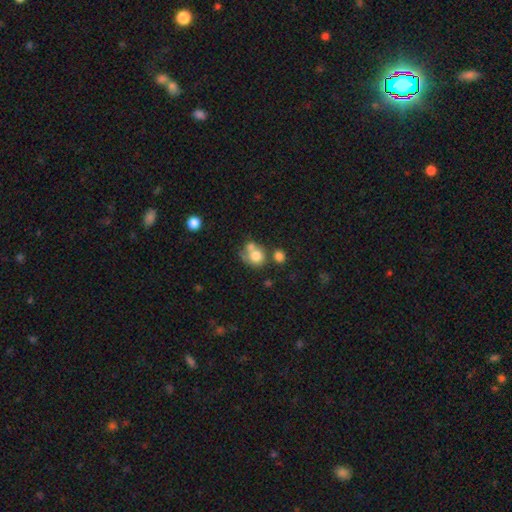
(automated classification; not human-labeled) The model was most divided on "merging": merger: 44%, none: 37%, minor disturbance: 12%, major disturbance: 7%. More confident: how rounded — round (74%); smooth or featured — smooth (74%).